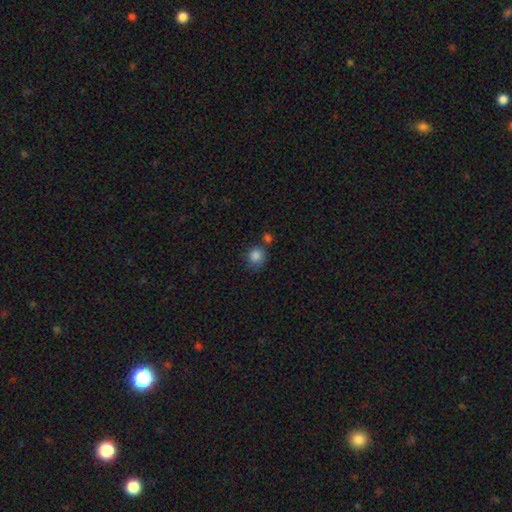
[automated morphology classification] smooth-or-featured: smooth: 86% | star or artifact: 9% | featured or disk: 5%
  how-rounded: round: 83% | in between: 16% | cigar-shaped: 1%
  merging: none: 60% | minor disturbance: 20% | merger: 13% | major disturbance: 7%